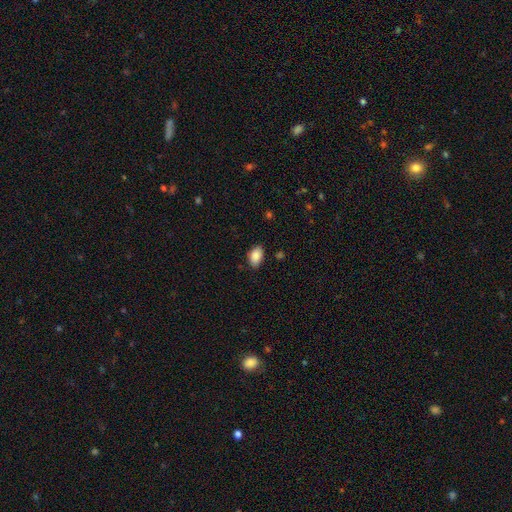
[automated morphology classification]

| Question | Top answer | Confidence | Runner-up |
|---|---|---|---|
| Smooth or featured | smooth | 87% | star or artifact (7%) |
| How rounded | in between | 92% | round (7%) |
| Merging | none | 83% | minor disturbance (13%) |